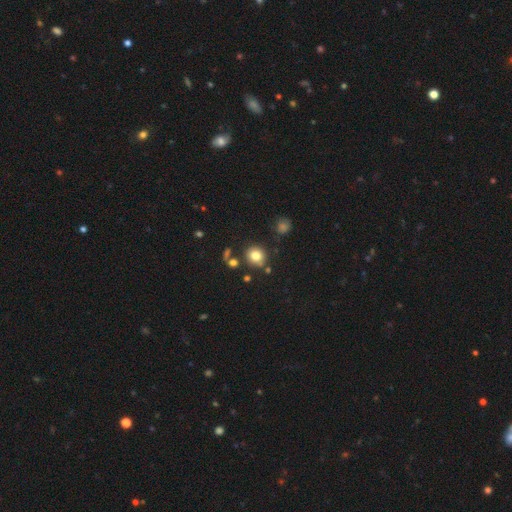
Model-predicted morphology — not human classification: smooth 80%, star or artifact 12%, featured or disk 8%. Down the decision tree: how rounded — round (86%); merging — none (79%).